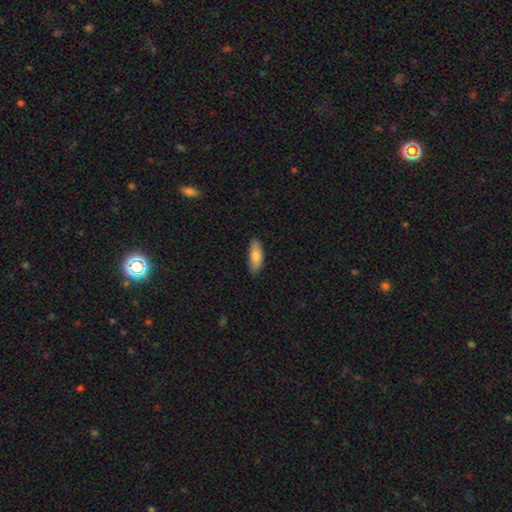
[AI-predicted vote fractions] A smooth galaxy with no disk features (80%) that is in between round and cigar-shaped (70%). Merging: none (84%).